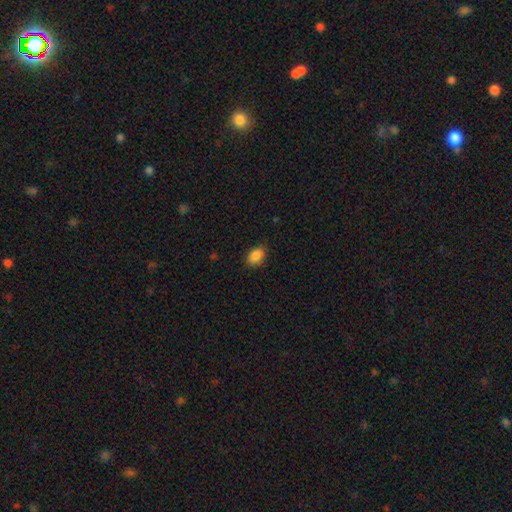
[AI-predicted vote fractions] Smooth or featured: smooth — 87% (star or artifact — 8%)
How rounded: in between — 76% (round — 23%)
Merging: none — 80% (minor disturbance — 16%)